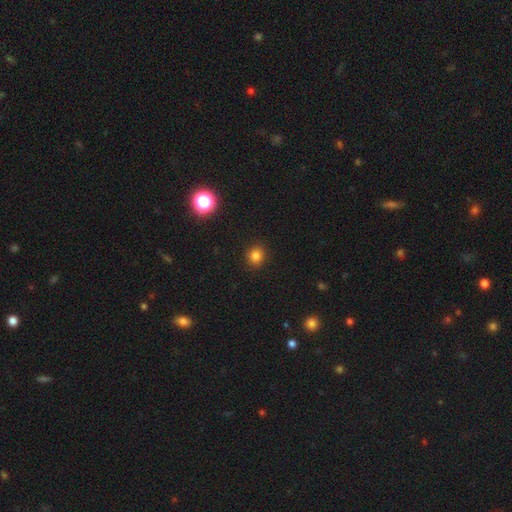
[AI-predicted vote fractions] Smooth or featured? Predicted: smooth (p=0.81). How rounded? Predicted: round (p=0.83). Merging? Predicted: none (p=0.90).